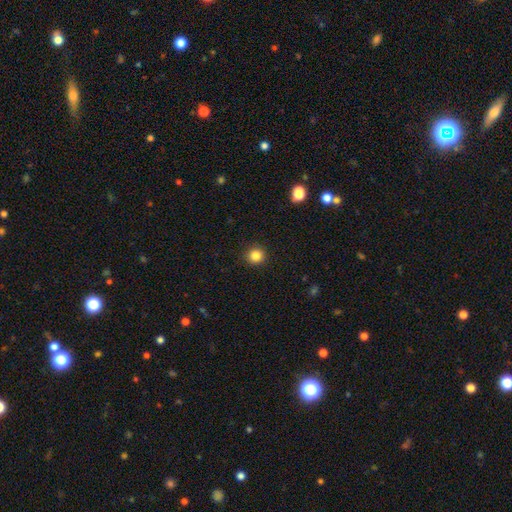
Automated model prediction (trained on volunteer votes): smooth 84%, star or artifact 11%, featured or disk 4%. Down the decision tree: how rounded — round (93%); merging — none (92%).